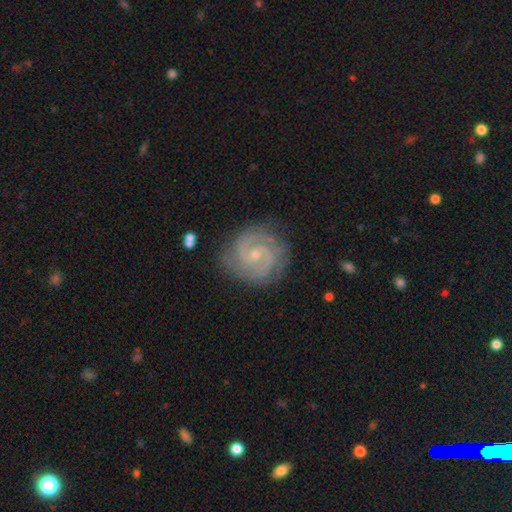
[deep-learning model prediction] Smooth or featured?
  - featured or disk: 89% *
  - star or artifact: 6%
  - smooth: 5%
Edge-on disk?
  - no: 98% *
  - yes: 2%
Bar?
  - no: 59% *
  - weak: 34%
  - strong: 7%
Spiral arms?
  - yes: 98% *
  - no: 2%
Spiral winding?
  - tight: 62% *
  - medium: 33%
  - loose: 5%
Spiral arm count?
  - 2: 71% *
  - 3: 13%
  - can't tell: 7%
  - 4: 3%
  - 1: 3%
  - more than 4: 3%
Bulge size?
  - small: 76% *
  - moderate: 20%
  - none: 3%
  - large: 1%
  - dominant: 1%
Merging?
  - none: 82% *
  - minor disturbance: 13%
  - major disturbance: 4%
  - merger: 1%